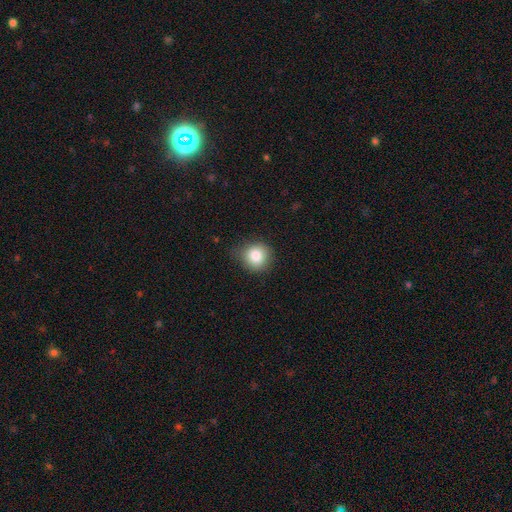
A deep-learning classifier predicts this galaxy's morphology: A smooth galaxy with no disk features (84%) that is round (86%). Merging: none (75%).